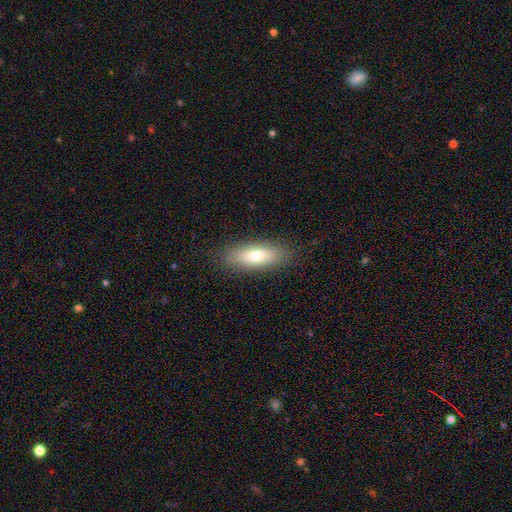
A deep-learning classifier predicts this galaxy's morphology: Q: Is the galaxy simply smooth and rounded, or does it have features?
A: smooth — 74%.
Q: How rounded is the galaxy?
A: in between — 62%.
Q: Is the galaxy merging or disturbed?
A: none — 87%.